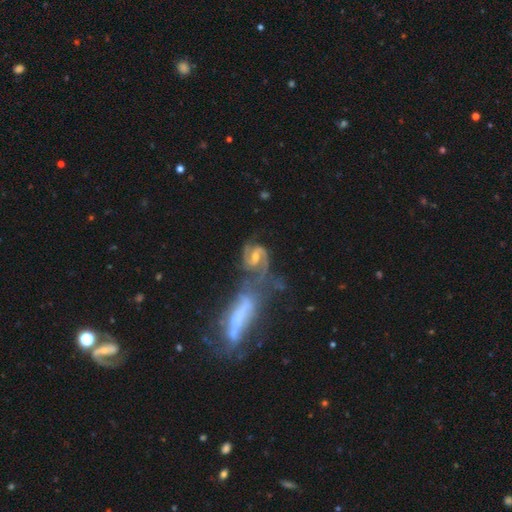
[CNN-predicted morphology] Smooth or featured?
  - featured or disk: 89% *
  - smooth: 6%
  - star or artifact: 5%
Edge-on disk?
  - no: 98% *
  - yes: 2%
Bar?
  - weak: 51% *
  - strong: 29%
  - no: 20%
Spiral arms?
  - yes: 97% *
  - no: 3%
Spiral winding?
  - medium: 59% *
  - tight: 25%
  - loose: 16%
Spiral arm count?
  - 2: 91% *
  - can't tell: 3%
  - 3: 2%
  - 1: 2%
  - 4: 1%
  - more than 4: 1%
Bulge size?
  - moderate: 51% *
  - small: 39%
  - none: 5%
  - large: 4%
  - dominant: 1%
Merging?
  - merger: 39% *
  - none: 38%
  - minor disturbance: 14%
  - major disturbance: 9%